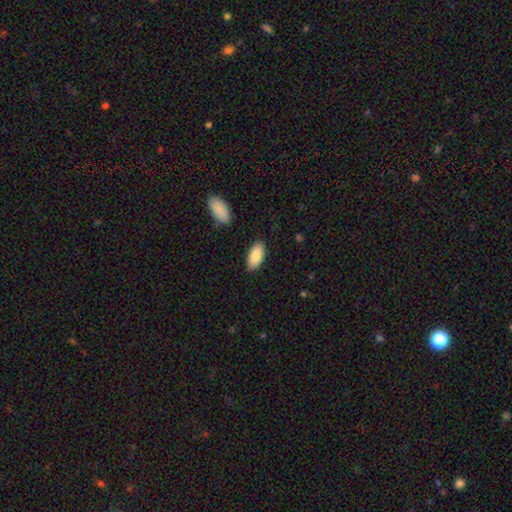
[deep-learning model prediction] This appears to be a smooth galaxy with no disk features (87%) that is in between round and cigar-shaped (92%). Merging: none (86%).